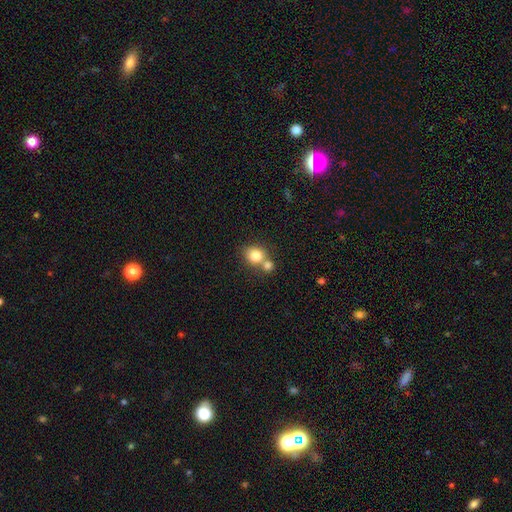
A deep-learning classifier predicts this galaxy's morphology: This is clearly a smooth galaxy (82%). How rounded: likely round (75%). Merging: possibly merger (45%).